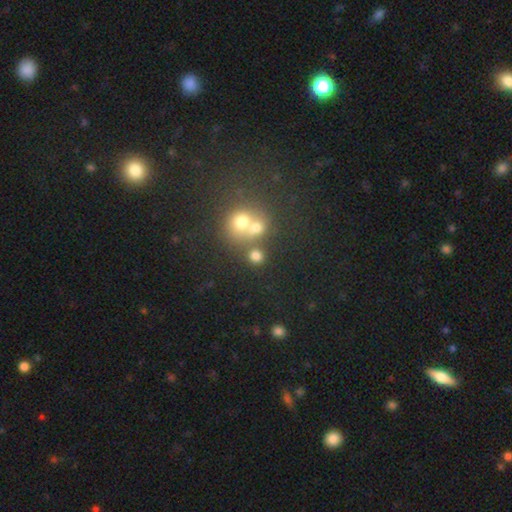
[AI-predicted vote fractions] This appears to be a smooth galaxy with no disk features (75%) that is round (84%). Merging: none (62%).